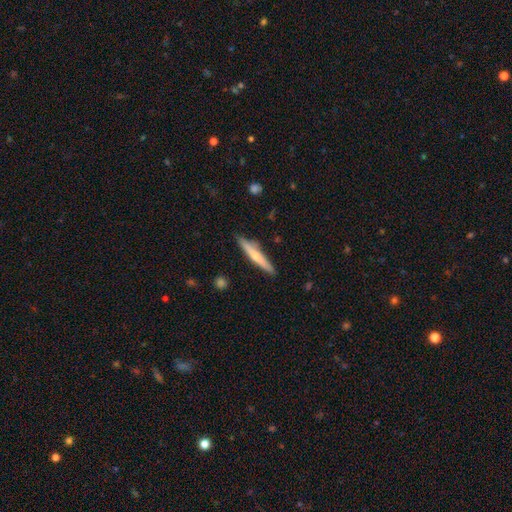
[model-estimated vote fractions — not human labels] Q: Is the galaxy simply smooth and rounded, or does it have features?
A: smooth — 51%.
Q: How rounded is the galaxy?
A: cigar-shaped — 93%.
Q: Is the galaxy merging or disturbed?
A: none — 87%.